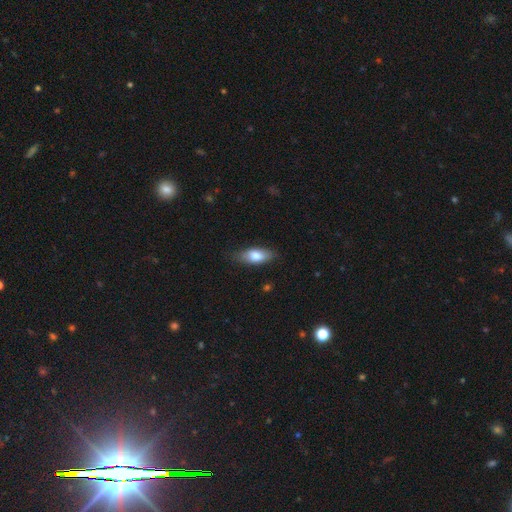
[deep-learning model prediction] Smooth or featured?
  - smooth: 78% *
  - featured or disk: 16%
  - star or artifact: 6%
How rounded?
  - in between: 80% *
  - cigar-shaped: 17%
  - round: 3%
Merging?
  - none: 79% *
  - minor disturbance: 17%
  - major disturbance: 3%
  - merger: 1%